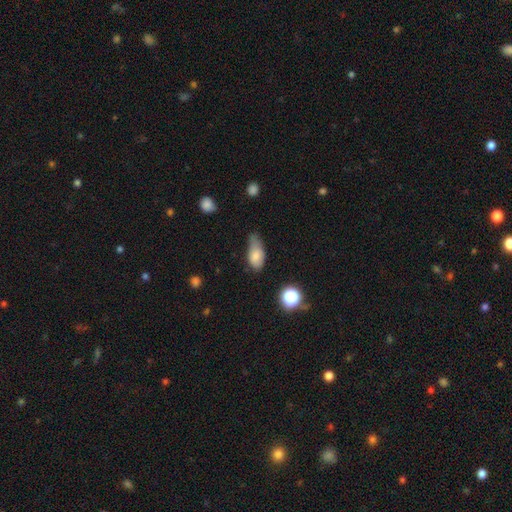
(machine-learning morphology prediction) Overall: smooth (79%). How rounded: in between (87%). Merging: minor disturbance (47%; none 34%).